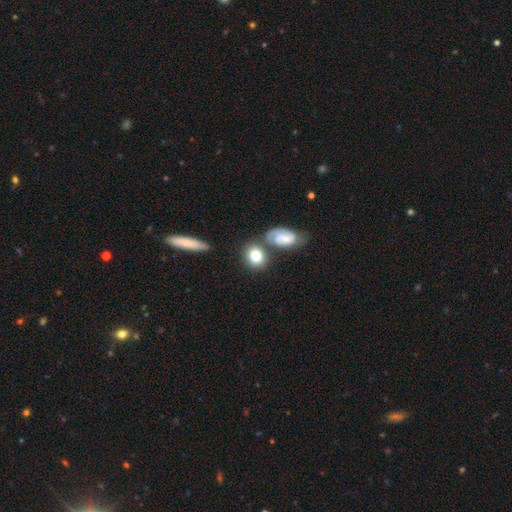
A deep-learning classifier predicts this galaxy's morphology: Smooth or featured?
  - smooth: 77% *
  - featured or disk: 15%
  - star or artifact: 8%
How rounded?
  - round: 51% *
  - in between: 47%
  - cigar-shaped: 2%
Merging?
  - none: 55% *
  - merger: 26%
  - minor disturbance: 14%
  - major disturbance: 6%